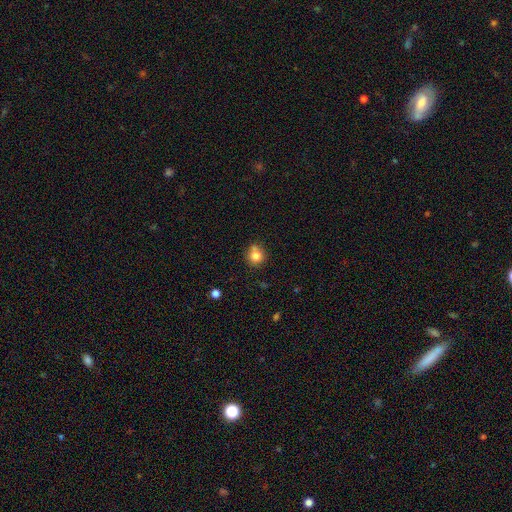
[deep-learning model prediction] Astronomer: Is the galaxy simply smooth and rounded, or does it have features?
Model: smooth — 80%.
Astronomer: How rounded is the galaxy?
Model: round — 89%.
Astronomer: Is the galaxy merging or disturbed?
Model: none — 66%.